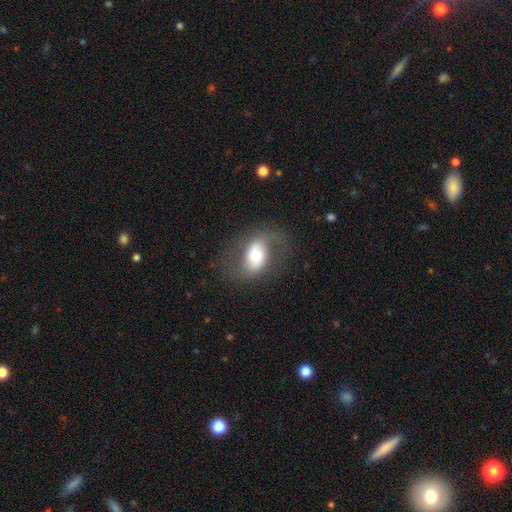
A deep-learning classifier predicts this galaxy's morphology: Smooth or featured? featured or disk (51%)
Edge-on disk? no (93%)
Merging? none (69%)